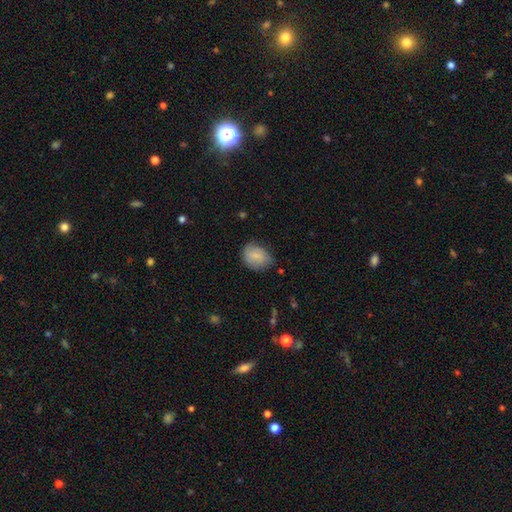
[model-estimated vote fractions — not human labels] smooth 74%, featured or disk 19%, star or artifact 7%. Down the decision tree: how rounded — in between (55%); merging — none (57%).